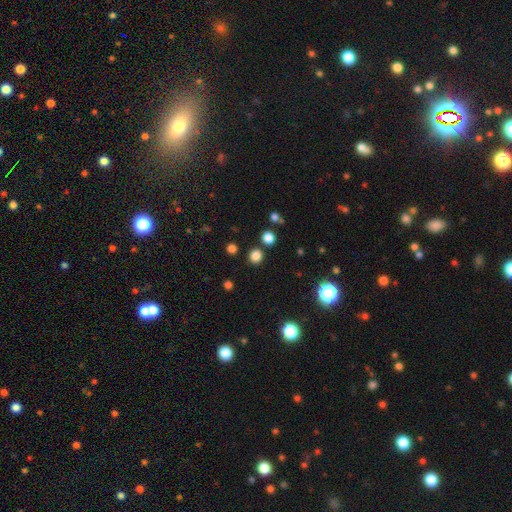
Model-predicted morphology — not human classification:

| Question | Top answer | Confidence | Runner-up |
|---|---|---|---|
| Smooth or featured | smooth | 81% | star or artifact (16%) |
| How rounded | round | 92% | in between (7%) |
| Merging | none | 87% | minor disturbance (6%) |